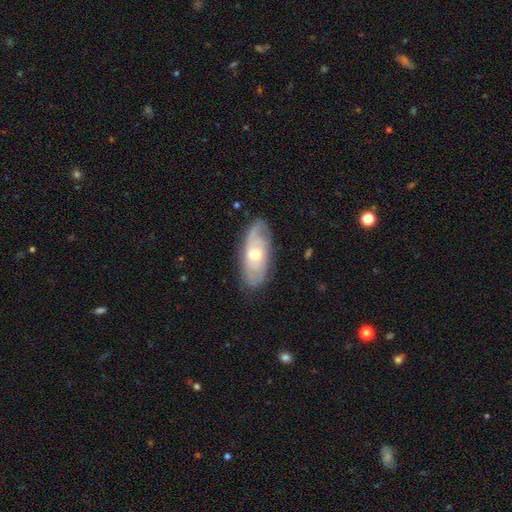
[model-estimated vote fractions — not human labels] Smooth or featured?
  - featured or disk: 71% *
  - smooth: 22%
  - star or artifact: 7%
Edge-on disk?
  - no: 85% *
  - yes: 15%
Bar?
  - no: 70% *
  - weak: 25%
  - strong: 5%
Spiral arms?
  - yes: 83% *
  - no: 17%
Spiral winding?
  - tight: 56% *
  - medium: 32%
  - loose: 12%
Spiral arm count?
  - can't tell: 47% *
  - 2: 31%
  - 3: 10%
  - 1: 5%
  - 4: 4%
  - more than 4: 3%
Bulge size?
  - moderate: 68% *
  - small: 24%
  - large: 5%
  - none: 1%
  - dominant: 1%
Merging?
  - none: 80% *
  - minor disturbance: 16%
  - major disturbance: 4%
  - merger: 1%